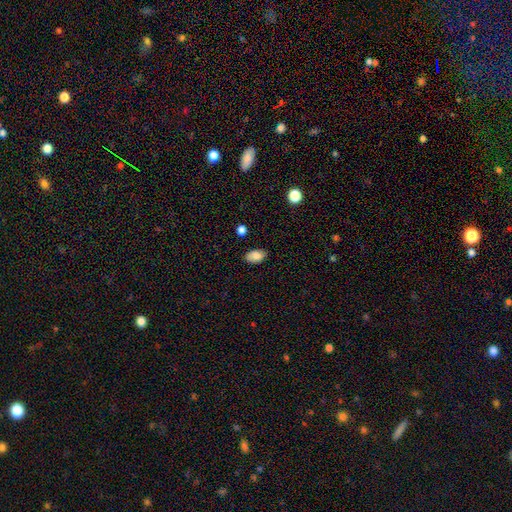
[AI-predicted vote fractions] smooth 79%, featured or disk 12%, star or artifact 9%. Down the decision tree: how rounded — in between (91%); merging — none (77%).